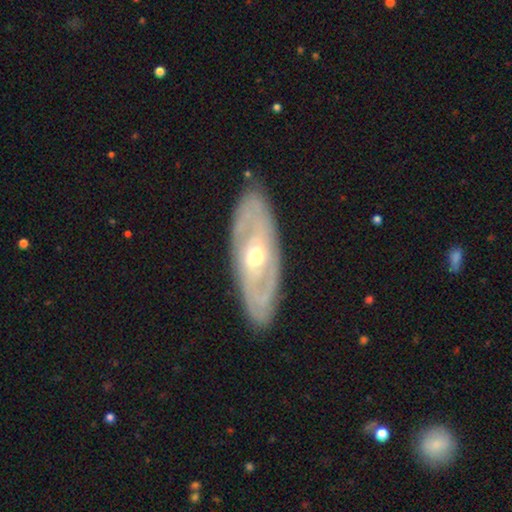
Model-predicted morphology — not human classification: featured or disk 77%, smooth 19%, star or artifact 5%. Down the decision tree: edge-on disk — no (83%); bar — no (52%); spiral arms — yes (68%); bulge size — moderate (69%); merging — none (84%).